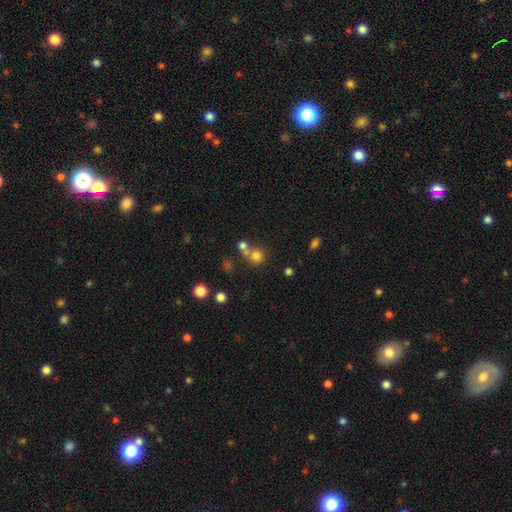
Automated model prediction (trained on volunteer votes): Overall: smooth (73%). How rounded: round (88%). Merging: none (52%; merger 36%).